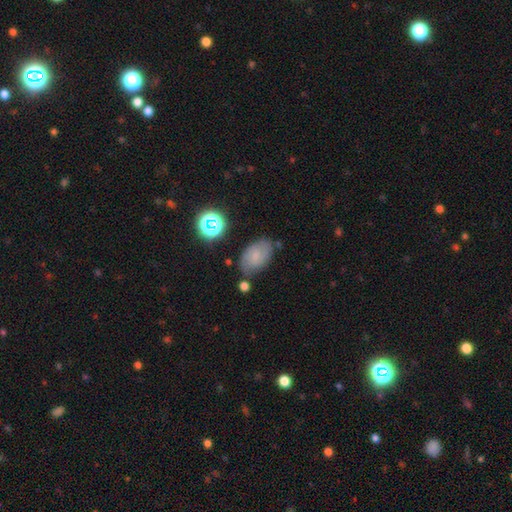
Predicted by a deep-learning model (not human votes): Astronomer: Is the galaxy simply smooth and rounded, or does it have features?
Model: smooth — 60%.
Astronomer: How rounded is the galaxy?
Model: in between — 88%.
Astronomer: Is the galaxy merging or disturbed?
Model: none — 69%.